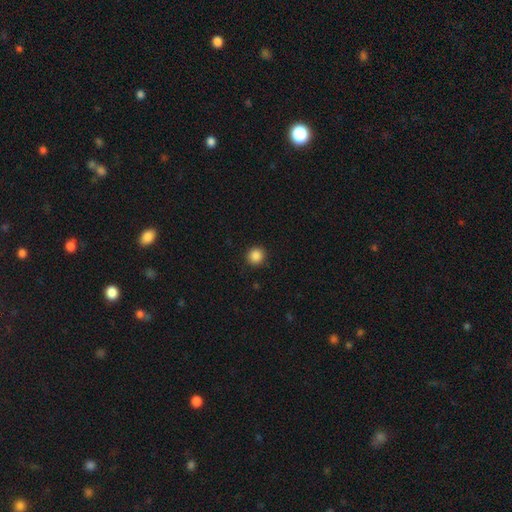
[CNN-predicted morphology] smooth_or_featured: smooth (p=0.87) [alt: star or artifact p=0.10]
how_rounded: round (p=0.94) [alt: in between p=0.05]
merging: none (p=0.92) [alt: minor disturbance p=0.05]